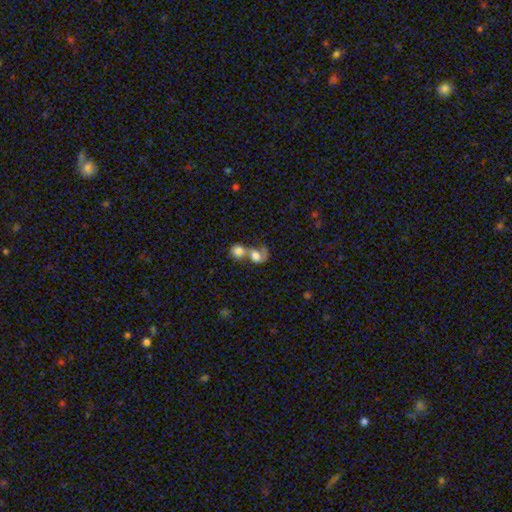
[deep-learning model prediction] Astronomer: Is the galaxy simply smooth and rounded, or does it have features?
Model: smooth — 64%.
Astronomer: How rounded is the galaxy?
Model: round — 61% (runner-up: in between, 38%).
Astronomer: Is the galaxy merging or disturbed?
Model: merger — 75%.